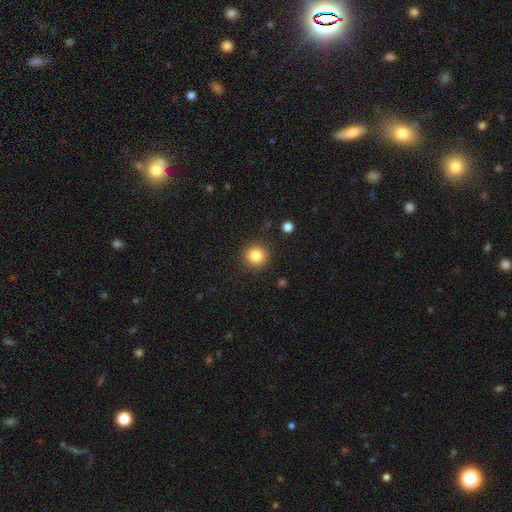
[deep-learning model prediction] Smooth or featured: smooth — 84% (star or artifact — 11%)
How rounded: round — 93% (in between — 6%)
Merging: none — 89% (minor disturbance — 7%)